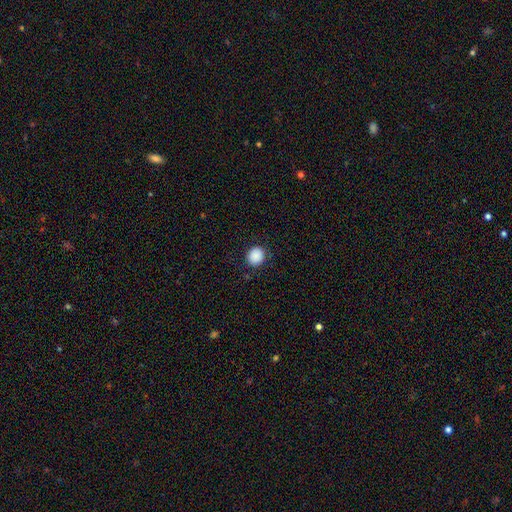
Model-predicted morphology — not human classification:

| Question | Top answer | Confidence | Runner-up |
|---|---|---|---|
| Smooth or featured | smooth | 88% | star or artifact (9%) |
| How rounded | round | 83% | in between (16%) |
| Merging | none | 88% | minor disturbance (8%) |